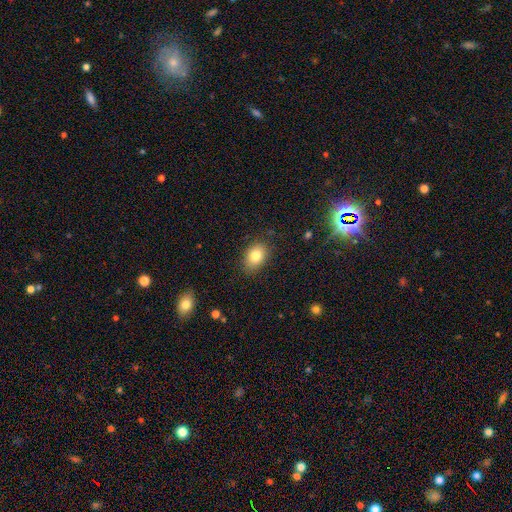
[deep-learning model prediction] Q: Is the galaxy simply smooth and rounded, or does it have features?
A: smooth — 82%.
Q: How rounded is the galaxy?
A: in between — 75%.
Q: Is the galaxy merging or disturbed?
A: none — 84%.